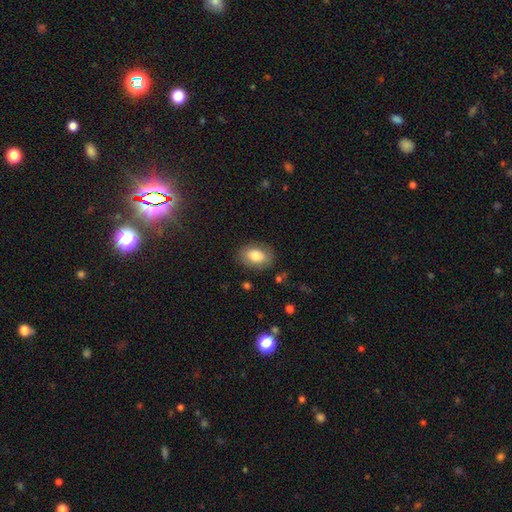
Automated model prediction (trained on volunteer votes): This appears to be a smooth galaxy with no disk features (76%) that is in between round and cigar-shaped (79%). Merging: none (82%).